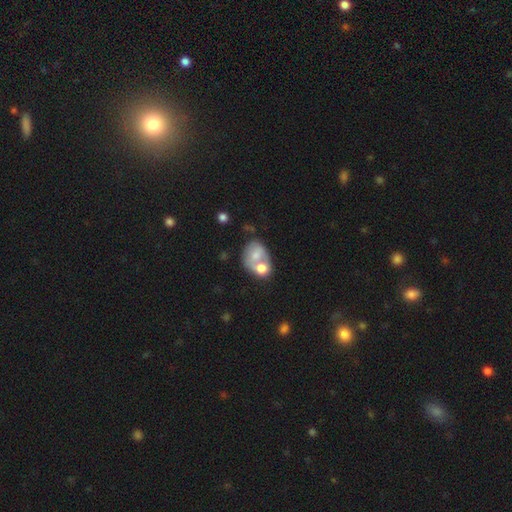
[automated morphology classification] smooth-or-featured: smooth: 63% | featured or disk: 29% | star or artifact: 8%
  how-rounded: in between: 55% | round: 44% | cigar-shaped: 1%
  merging: merger: 64% | none: 21% | minor disturbance: 9% | major disturbance: 6%